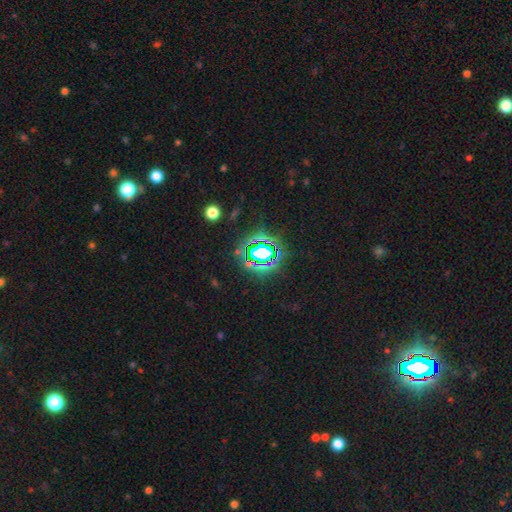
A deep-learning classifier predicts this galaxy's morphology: smooth_or_featured: star or artifact (p=0.76) [alt: smooth p=0.15]